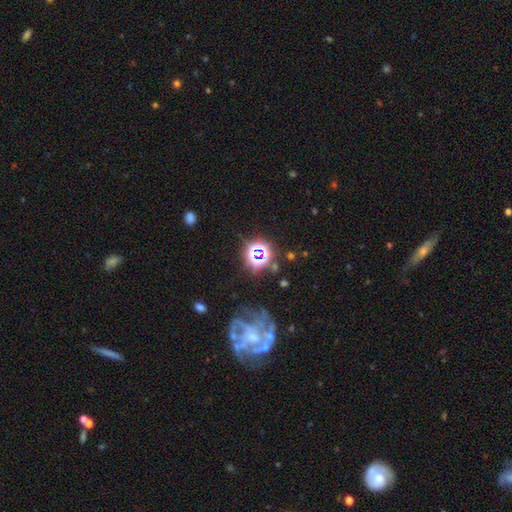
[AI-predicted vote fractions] smooth_or_featured: star or artifact (p=0.64) [alt: smooth p=0.22]